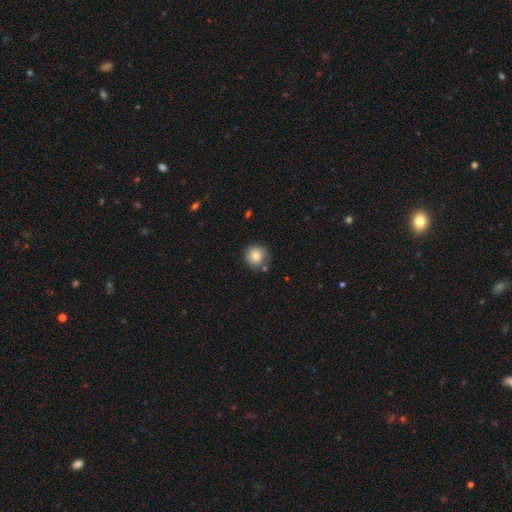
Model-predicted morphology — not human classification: Overall: smooth (82%). How rounded: round (91%). Merging: none (75%).